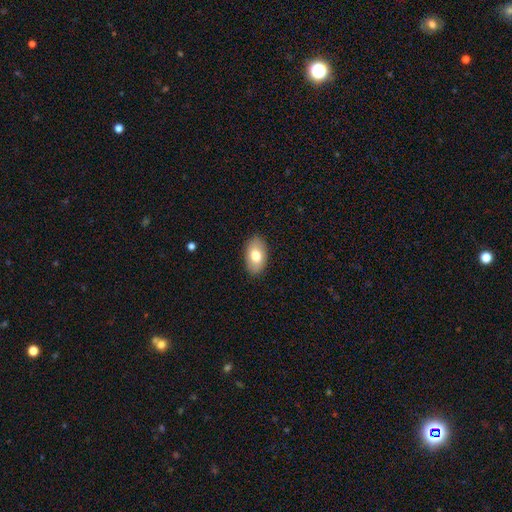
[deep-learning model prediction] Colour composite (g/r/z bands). It shows a smooth galaxy with no disk features (76%) that is in between round and cigar-shaped (93%). Merging: none (88%).